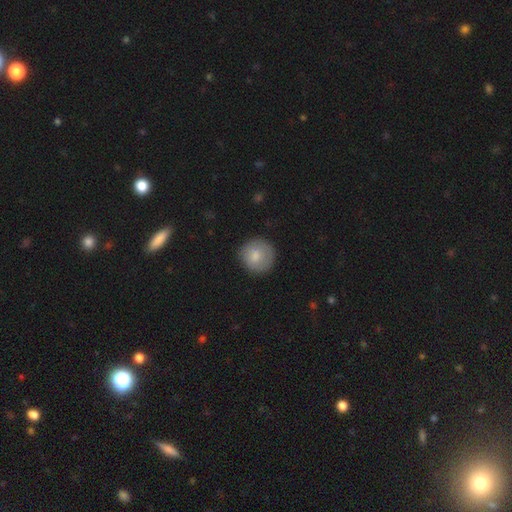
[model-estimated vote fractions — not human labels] smooth 78%, featured or disk 15%, star or artifact 7%. Down the decision tree: how rounded — round (94%); merging — none (83%).